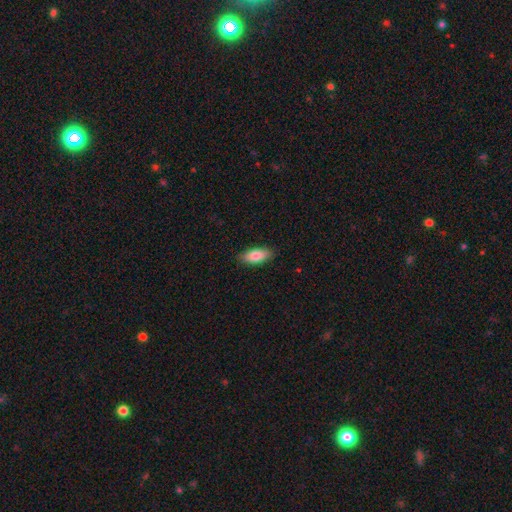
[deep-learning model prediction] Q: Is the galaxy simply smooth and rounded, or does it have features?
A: smooth — 84%.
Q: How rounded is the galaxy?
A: in between — 84%.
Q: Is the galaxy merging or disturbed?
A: none — 87%.